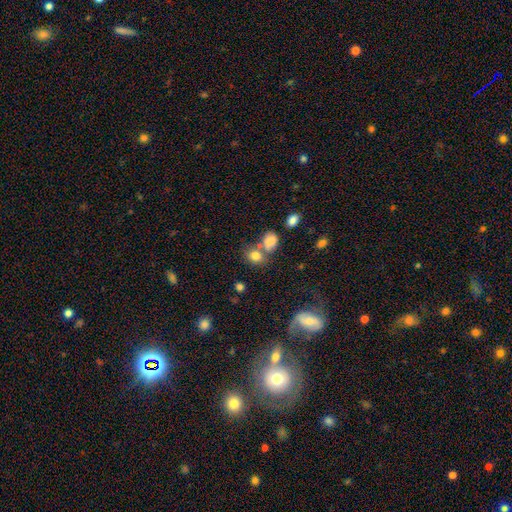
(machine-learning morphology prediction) Smooth or featured? Predicted: smooth (p=0.79). How rounded? Predicted: round (p=0.51). Merging? Predicted: none (p=0.47).